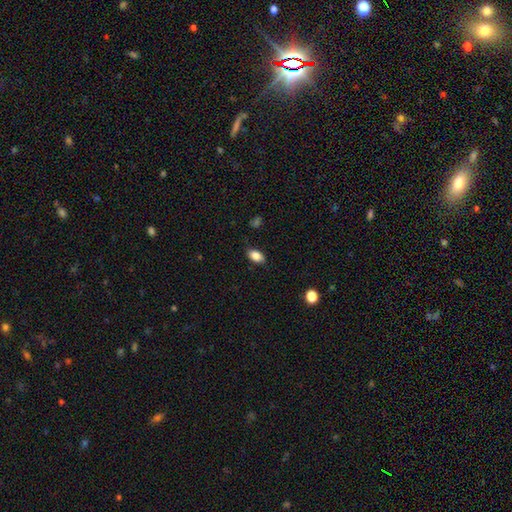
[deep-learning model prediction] Morphology: type=smooth (85%); roundness=in between (90%); merging=none (82%).